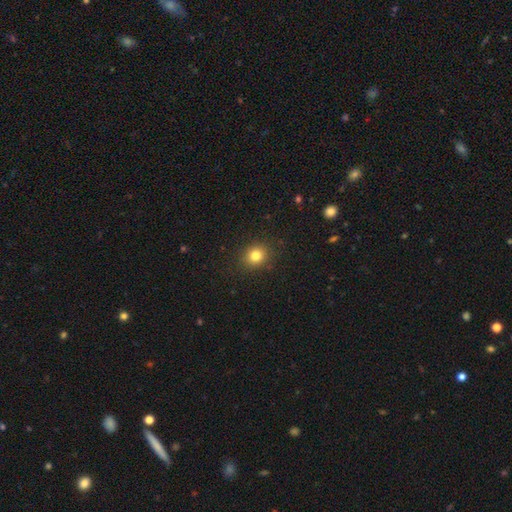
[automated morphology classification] smooth_or_featured: smooth (p=0.81) [alt: star or artifact p=0.12]
how_rounded: round (p=0.73) [alt: in between p=0.26]
merging: none (p=0.89) [alt: minor disturbance p=0.08]